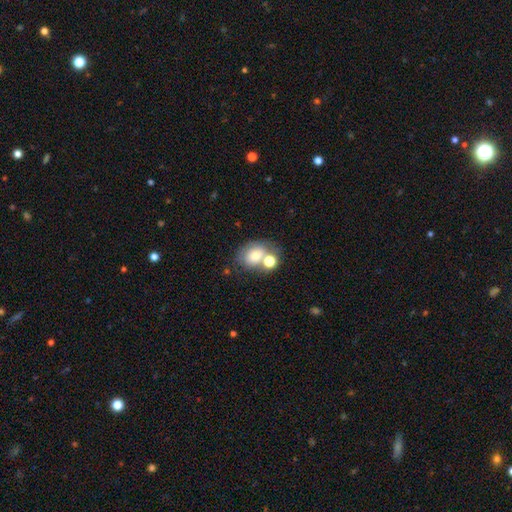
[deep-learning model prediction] The model was most divided on "merging": none: 43%, merger: 37%, minor disturbance: 13%, major disturbance: 7%. More confident: smooth or featured — smooth (67%); how rounded — in between (58%).